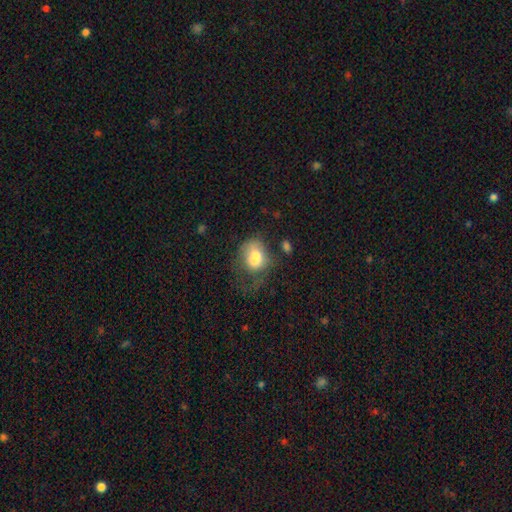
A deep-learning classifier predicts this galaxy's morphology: Smooth or featured? Predicted: smooth (p=0.72). How rounded? Predicted: in between (p=0.58). Merging? Predicted: major disturbance (p=0.33).